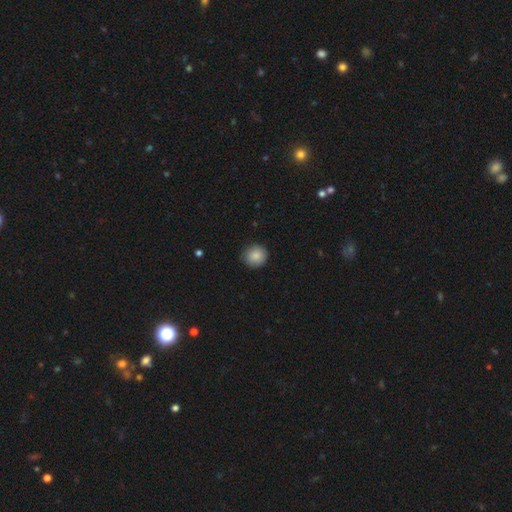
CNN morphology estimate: This is clearly a smooth galaxy (88%). How rounded: clearly round (91%). Merging: clearly none (88%).